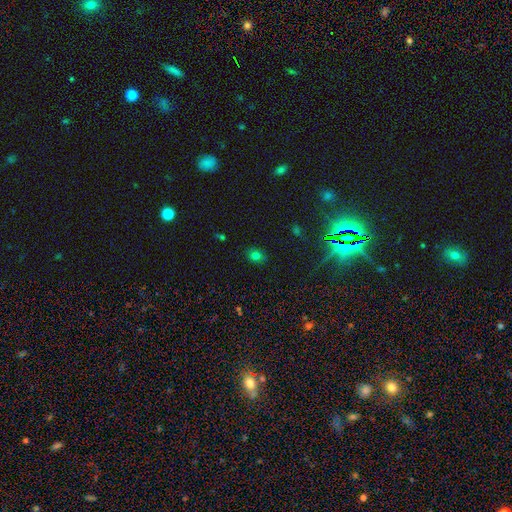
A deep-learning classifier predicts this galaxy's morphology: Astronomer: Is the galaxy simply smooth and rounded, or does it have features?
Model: smooth — 71%.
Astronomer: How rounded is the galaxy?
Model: round — 50% (runner-up: in between, 49%).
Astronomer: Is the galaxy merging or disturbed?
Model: none — 85%.